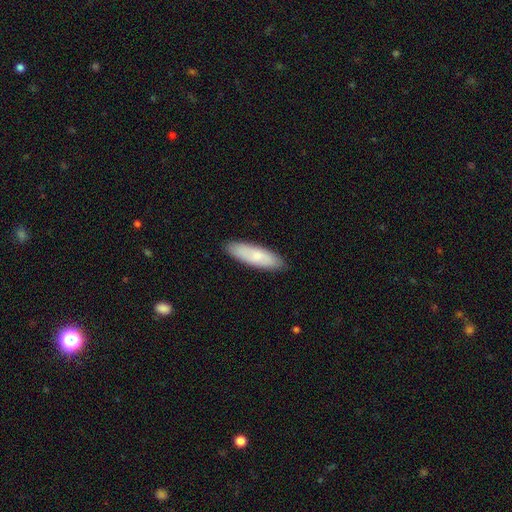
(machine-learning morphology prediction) smooth 73%, featured or disk 21%, star or artifact 6%. Down the decision tree: how rounded — cigar-shaped (53%); merging — none (88%).